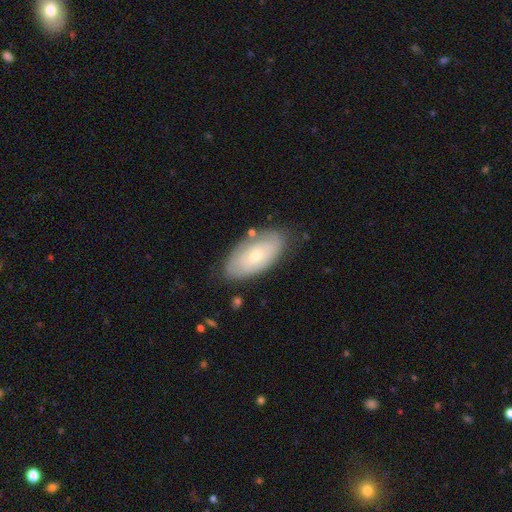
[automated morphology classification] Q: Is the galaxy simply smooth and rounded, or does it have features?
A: featured or disk — 48%.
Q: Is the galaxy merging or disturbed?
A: none — 76%.